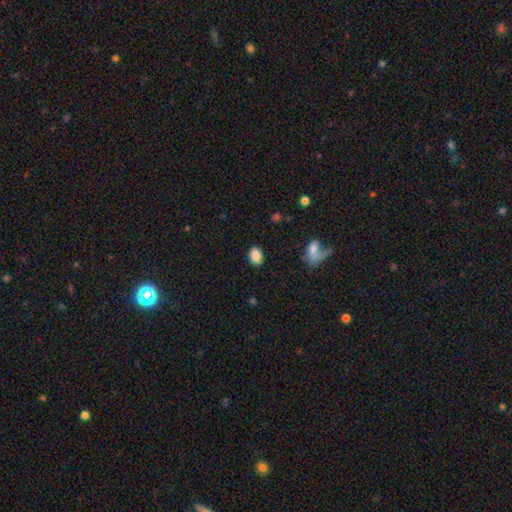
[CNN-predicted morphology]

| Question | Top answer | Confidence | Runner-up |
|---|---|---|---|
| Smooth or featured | smooth | 86% | star or artifact (8%) |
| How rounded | in between | 72% | round (26%) |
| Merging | none | 87% | minor disturbance (9%) |